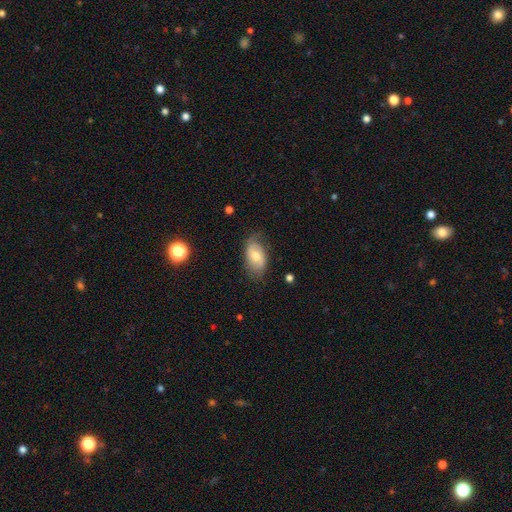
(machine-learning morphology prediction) type=smooth (53%); roundness=in between (91%); merging=none (65%).